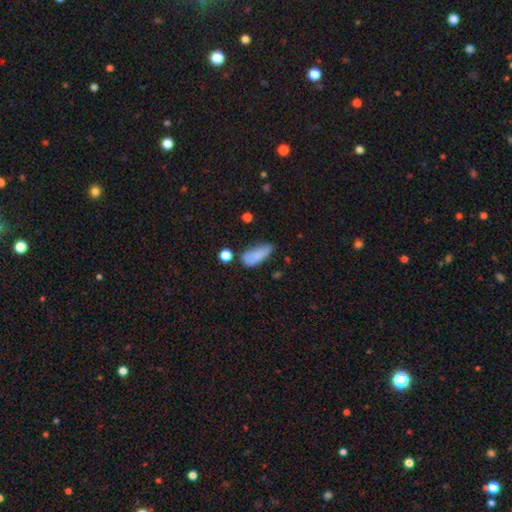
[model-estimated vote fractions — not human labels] Smooth or featured? Predicted: smooth (p=0.78). How rounded? Predicted: in between (p=0.78). Merging? Predicted: none (p=0.43).